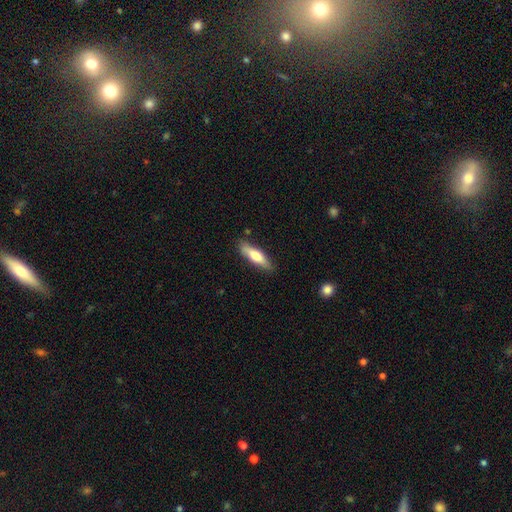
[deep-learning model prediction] Q: Smooth or featured?
A: smooth (66%); runner-up: featured or disk (28%)
Q: How rounded?
A: cigar-shaped (63%); runner-up: in between (35%)
Q: Merging?
A: none (82%); runner-up: minor disturbance (14%)